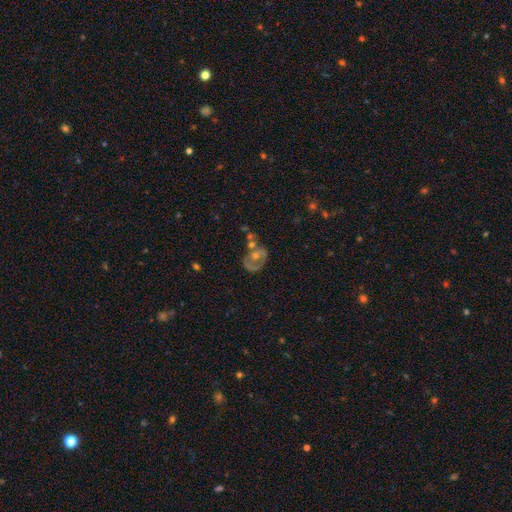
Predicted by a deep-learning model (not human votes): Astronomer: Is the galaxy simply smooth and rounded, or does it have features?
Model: featured or disk — 61%.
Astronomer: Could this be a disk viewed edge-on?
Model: no — 96%.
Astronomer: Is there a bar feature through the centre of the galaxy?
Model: no — 79%.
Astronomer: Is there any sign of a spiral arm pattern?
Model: no — 59% (runner-up: yes, 41%).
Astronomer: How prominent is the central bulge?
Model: moderate — 58%.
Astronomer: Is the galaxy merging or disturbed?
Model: none — 42% (runner-up: merger, 20%).